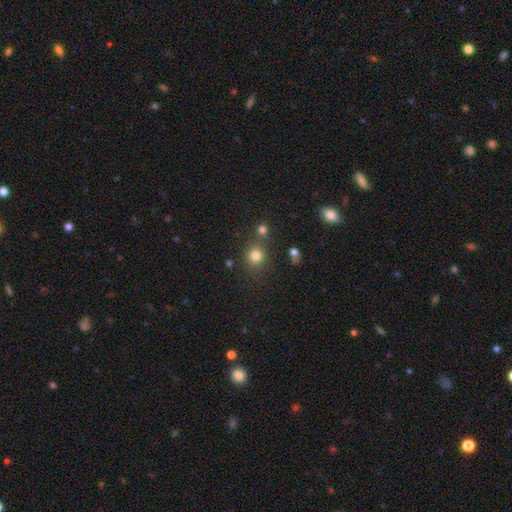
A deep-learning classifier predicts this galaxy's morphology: A smooth galaxy with no disk features (78%) that is round (86%). Merging: none (71%).